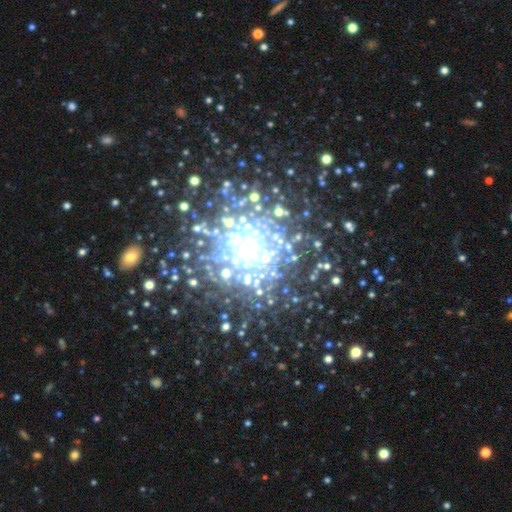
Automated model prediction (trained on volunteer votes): Smooth or featured?
  - featured or disk: 48% *
  - star or artifact: 36%
  - smooth: 16%
Merging?
  - none: 62% *
  - major disturbance: 17%
  - minor disturbance: 14%
  - merger: 8%